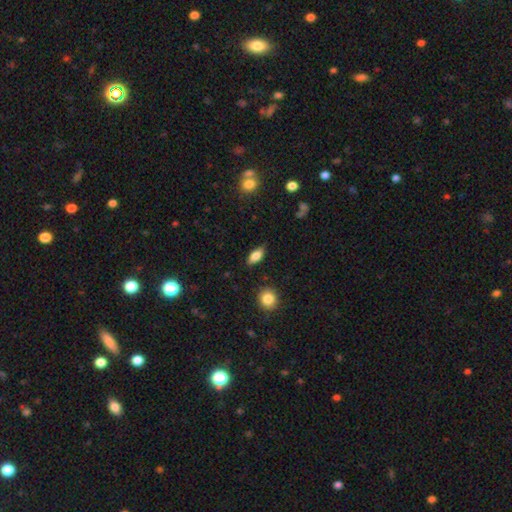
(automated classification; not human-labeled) Smooth or featured? smooth (78%)
How rounded? in between (84%)
Merging? none (82%)